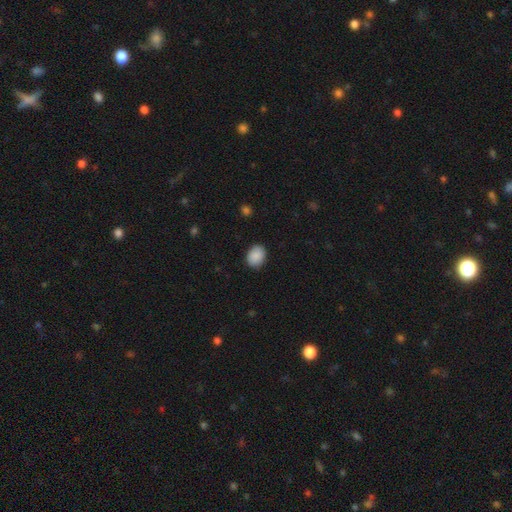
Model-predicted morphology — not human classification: Smooth or featured: smooth — 90% (star or artifact — 7%)
How rounded: in between — 57% (round — 42%)
Merging: none — 88% (minor disturbance — 9%)